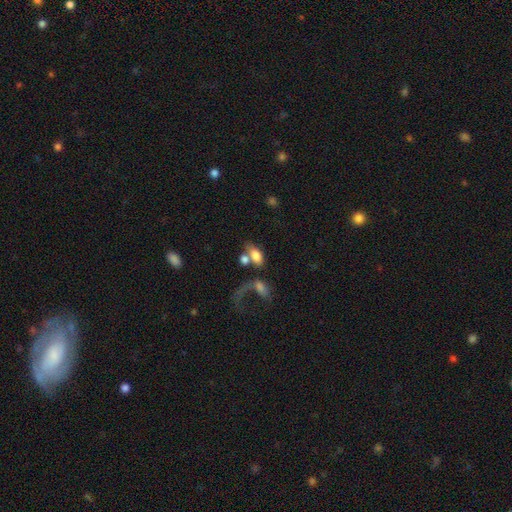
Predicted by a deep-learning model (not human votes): smooth_or_featured: smooth (p=0.72) [alt: featured or disk p=0.20]
how_rounded: in between (p=0.88) [alt: round p=0.07]
merging: merger (p=0.47) [alt: none p=0.26]